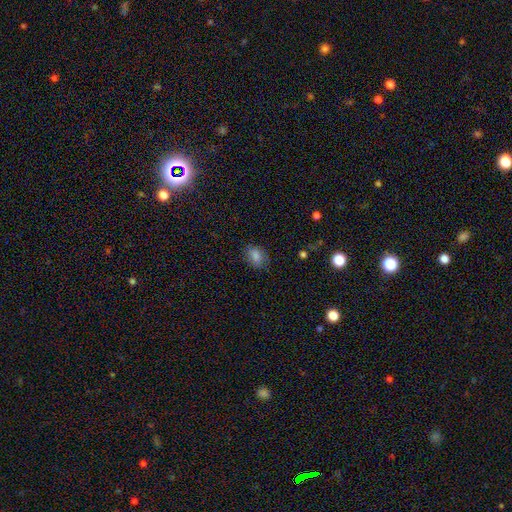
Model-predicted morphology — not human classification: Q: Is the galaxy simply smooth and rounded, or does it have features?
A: smooth — 80%.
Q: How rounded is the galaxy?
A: in between — 69%.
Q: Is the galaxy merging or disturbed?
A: none — 80%.